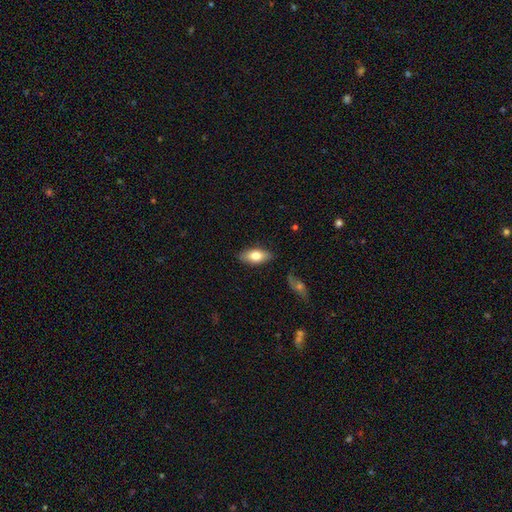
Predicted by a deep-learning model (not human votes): Q: Smooth or featured?
A: smooth (74%); runner-up: featured or disk (20%)
Q: How rounded?
A: in between (87%); runner-up: cigar-shaped (10%)
Q: Merging?
A: none (86%); runner-up: minor disturbance (11%)